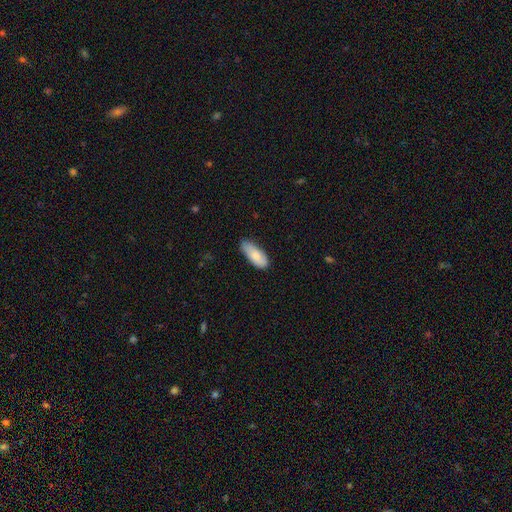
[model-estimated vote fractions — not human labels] This is clearly a smooth galaxy (80%). How rounded: clearly in between (81%). Merging: likely none (72%).